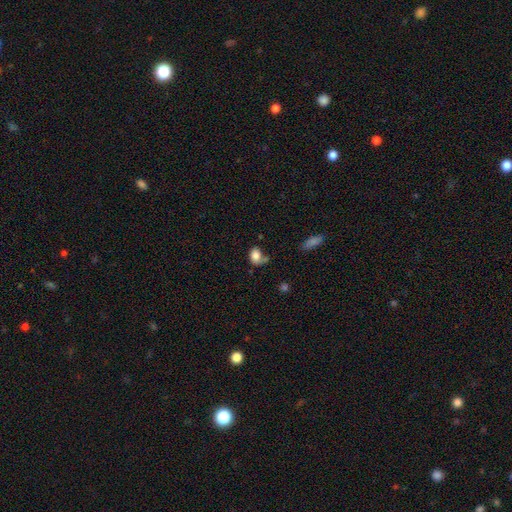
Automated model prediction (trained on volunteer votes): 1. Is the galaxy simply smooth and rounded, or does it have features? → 82% smooth, 9% star or artifact, 9% featured or disk.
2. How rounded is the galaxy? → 74% in between, 24% round, 2% cigar-shaped.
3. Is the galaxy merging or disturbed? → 46% none, 24% minor disturbance, 16% merger, 14% major disturbance.